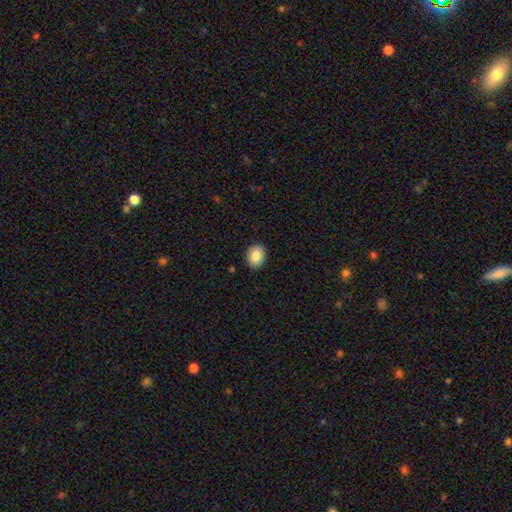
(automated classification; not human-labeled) Morphology: type=smooth (87%); roundness=in between (55%); merging=none (90%).